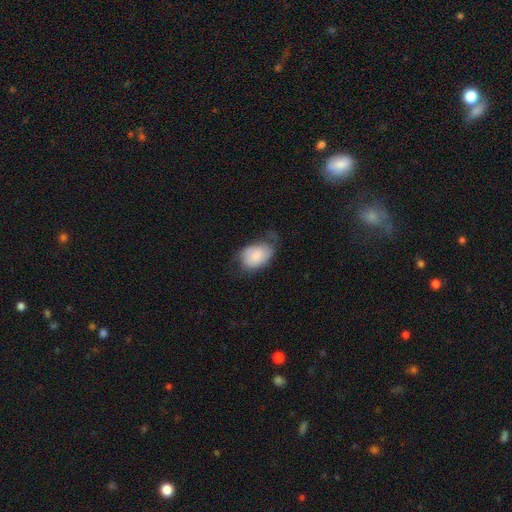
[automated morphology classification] smooth_or_featured: smooth (p=0.76) [alt: featured or disk p=0.17]
how_rounded: in between (p=0.84) [alt: round p=0.14]
merging: minor disturbance (p=0.39) [alt: none p=0.38]